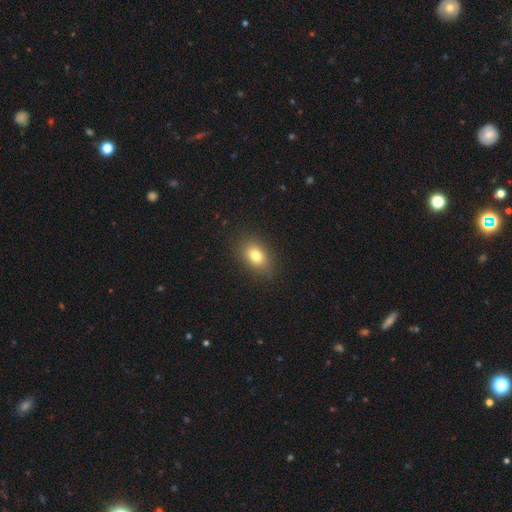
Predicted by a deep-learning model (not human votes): Smooth or featured?
  - smooth: 79% *
  - star or artifact: 10%
  - featured or disk: 10%
How rounded?
  - in between: 79% *
  - round: 19%
  - cigar-shaped: 2%
Merging?
  - none: 85% *
  - minor disturbance: 11%
  - major disturbance: 3%
  - merger: 1%